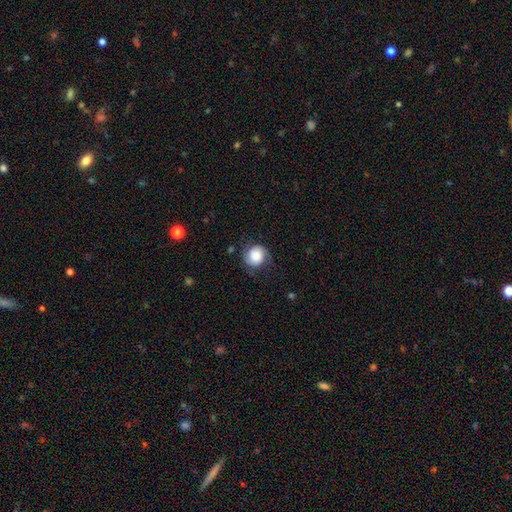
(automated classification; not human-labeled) smooth_or_featured: smooth (p=0.65) [alt: featured or disk p=0.25]
how_rounded: round (p=0.84) [alt: in between p=0.16]
merging: none (p=0.69) [alt: minor disturbance p=0.22]